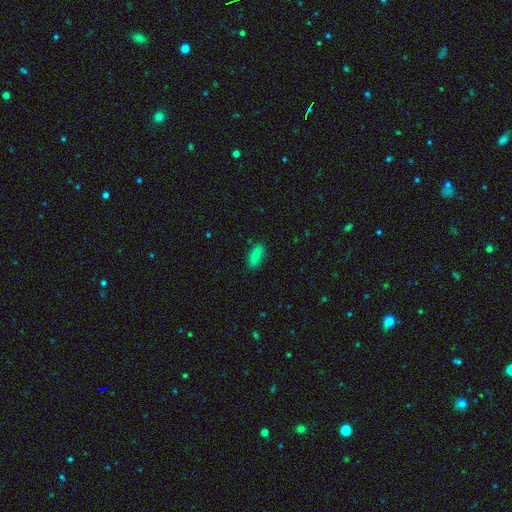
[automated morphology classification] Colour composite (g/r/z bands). It shows a smooth galaxy with no disk features (79%) that is in between round and cigar-shaped (70%). Merging: none (83%).